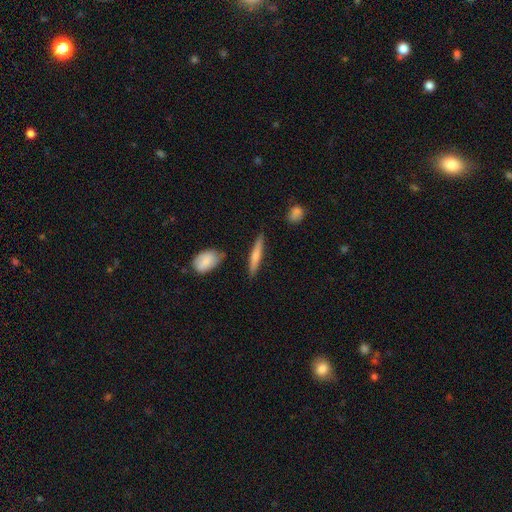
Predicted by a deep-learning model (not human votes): smooth_or_featured: smooth (p=0.59) [alt: featured or disk p=0.35]
how_rounded: cigar-shaped (p=0.88) [alt: in between p=0.10]
merging: none (p=0.83) [alt: minor disturbance p=0.11]